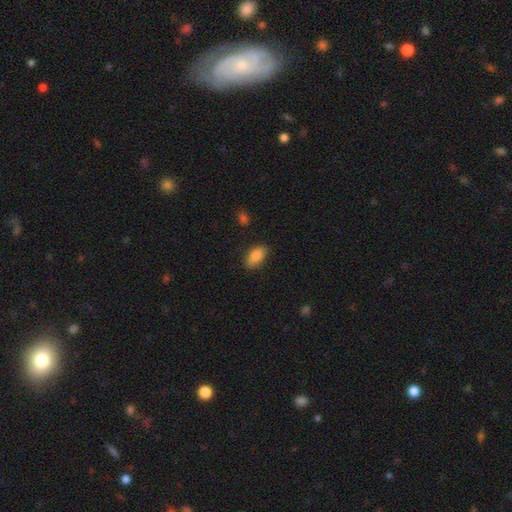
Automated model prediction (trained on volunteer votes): This is clearly a smooth galaxy (86%). How rounded: clearly in between (91%). Merging: clearly none (80%).